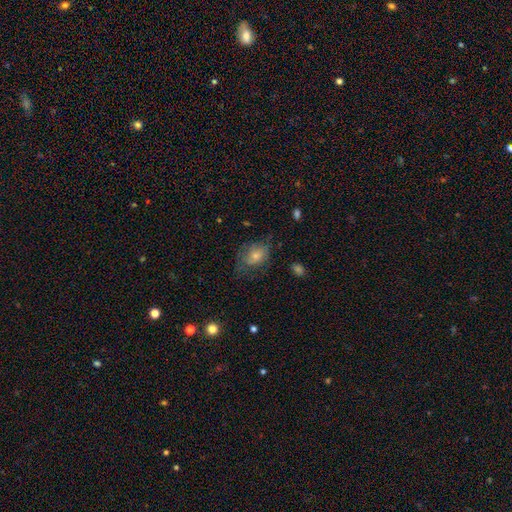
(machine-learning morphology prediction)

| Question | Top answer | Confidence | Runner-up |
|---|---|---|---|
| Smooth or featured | smooth | 54% | featured or disk (30%) |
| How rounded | in between | 66% | round (32%) |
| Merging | none | 58% | minor disturbance (26%) |